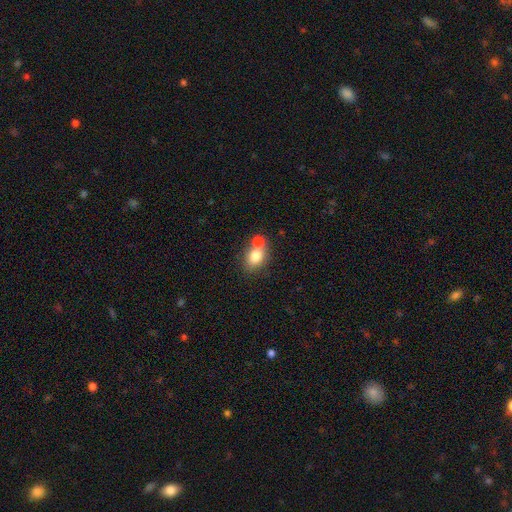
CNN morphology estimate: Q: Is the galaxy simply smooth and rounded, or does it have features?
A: smooth — 78%.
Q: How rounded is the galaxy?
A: in between — 57%.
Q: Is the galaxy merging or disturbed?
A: none — 45%.